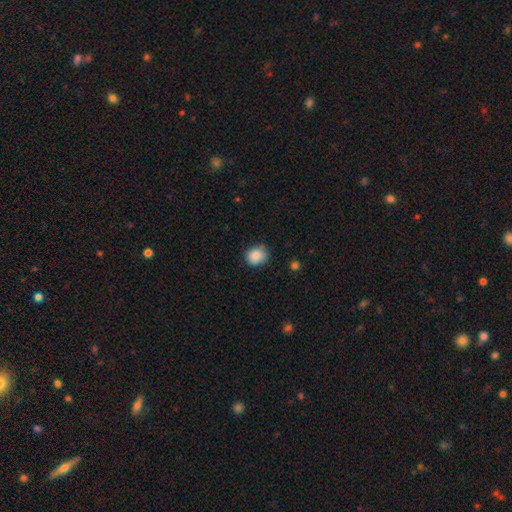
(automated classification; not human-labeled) A smooth galaxy with no disk features (87%) that is round (69%).

Vote fractions:
- Smooth or featured? smooth: 87% / star or artifact: 9% / featured or disk: 5%
- How rounded? round: 69% / in between: 31% / cigar-shaped: 1%
- Merging? none: 75% / minor disturbance: 19% / major disturbance: 3% / merger: 2%